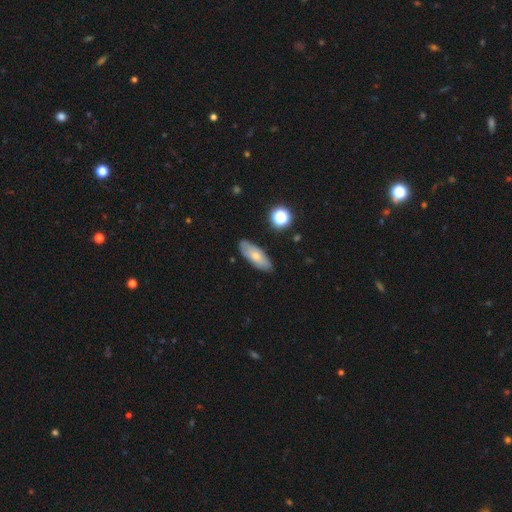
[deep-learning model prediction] Overall: smooth (62%; featured or disk 30%). How rounded: in between (73%). Merging: none (83%).